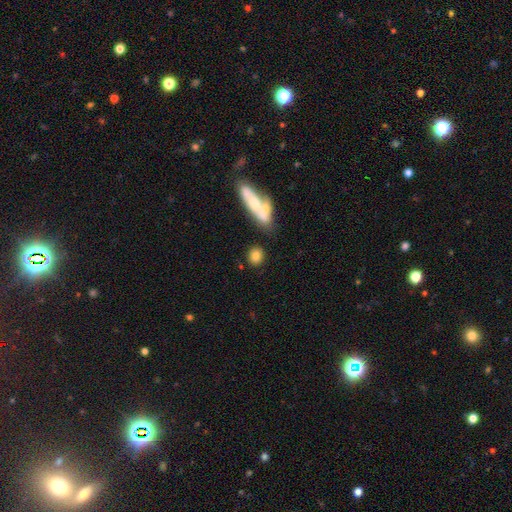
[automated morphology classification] type=smooth (80%); roundness=round (68%); merging=none (76%).